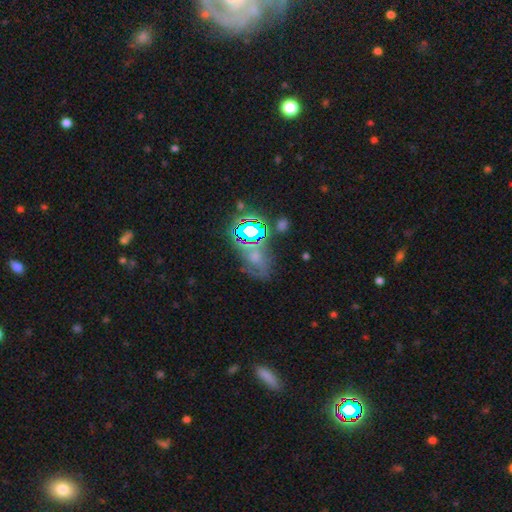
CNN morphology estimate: The model was most divided on "smooth or featured": star or artifact: 53%, smooth: 25%, featured or disk: 22%.